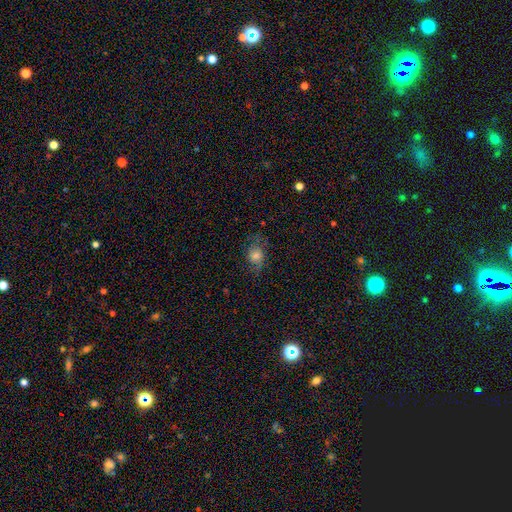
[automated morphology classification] smooth-or-featured: smooth: 51% | featured or disk: 31% | star or artifact: 18%
  how-rounded: in between: 49% | round: 48% | cigar-shaped: 2%
  merging: none: 64% | minor disturbance: 22% | major disturbance: 13% | merger: 1%